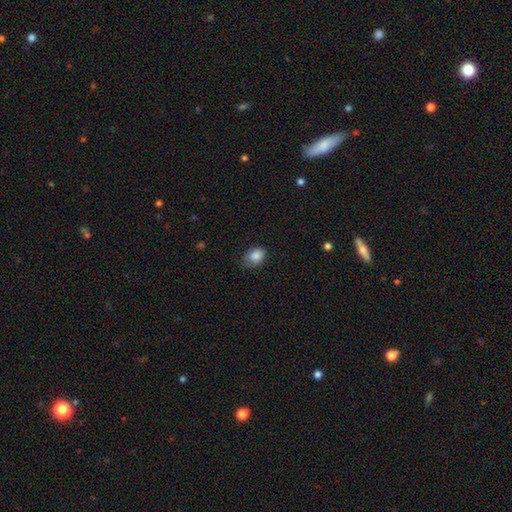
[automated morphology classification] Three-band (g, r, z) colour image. It shows a smooth galaxy with no disk features (85%) that is in between round and cigar-shaped (75%). Merging: none (61%).